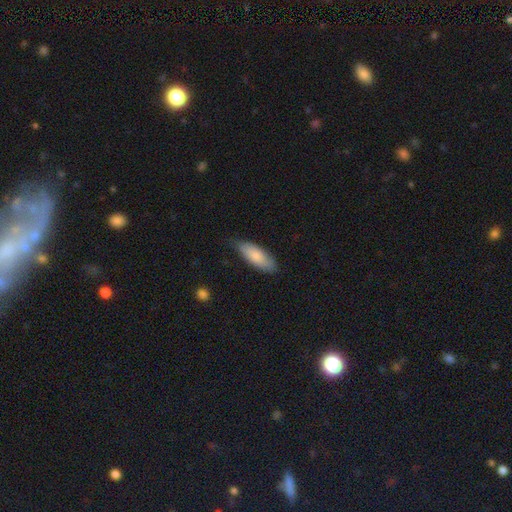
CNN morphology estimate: Smooth or featured? Predicted: smooth (p=0.81). How rounded? Predicted: in between (p=0.72). Merging? Predicted: none (p=0.76).